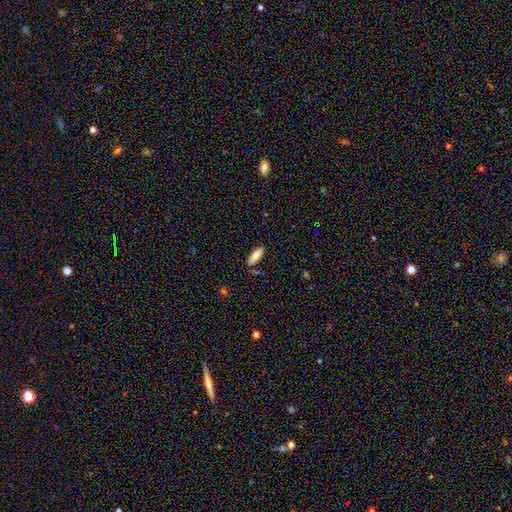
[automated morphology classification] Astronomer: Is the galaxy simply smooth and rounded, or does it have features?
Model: smooth — 80%.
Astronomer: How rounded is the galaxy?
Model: in between — 58% (runner-up: cigar-shaped, 40%).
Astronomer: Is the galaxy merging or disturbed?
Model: none — 81%.